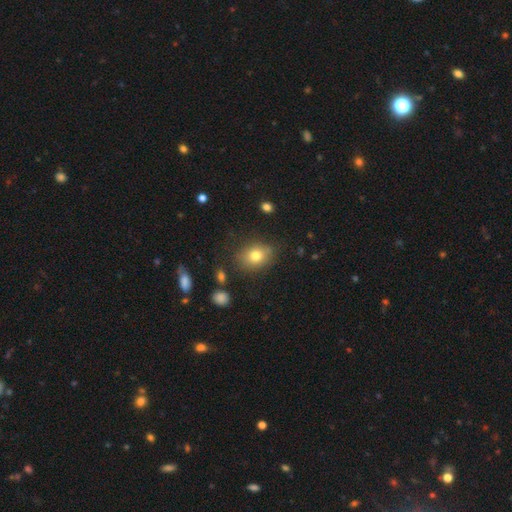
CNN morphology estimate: Q: Smooth or featured?
A: smooth (77%); runner-up: featured or disk (12%)
Q: How rounded?
A: in between (60%); runner-up: round (39%)
Q: Merging?
A: none (79%); runner-up: minor disturbance (14%)